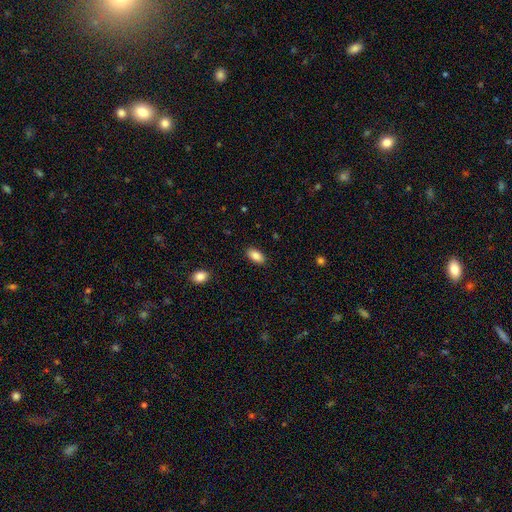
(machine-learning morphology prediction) smooth_or_featured: smooth (p=0.87) [alt: star or artifact p=0.07]
how_rounded: in between (p=0.92) [alt: cigar-shaped p=0.05]
merging: none (p=0.89) [alt: minor disturbance p=0.08]